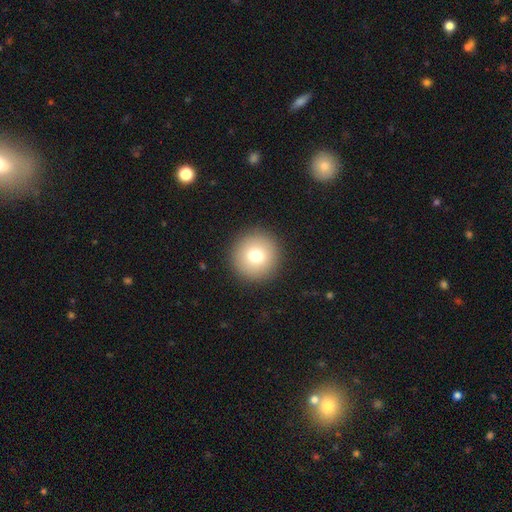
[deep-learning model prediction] Smooth or featured?
  - smooth: 76% *
  - featured or disk: 13%
  - star or artifact: 11%
How rounded?
  - round: 96% *
  - in between: 3%
  - cigar-shaped: 1%
Merging?
  - none: 92% *
  - minor disturbance: 5%
  - major disturbance: 2%
  - merger: 1%